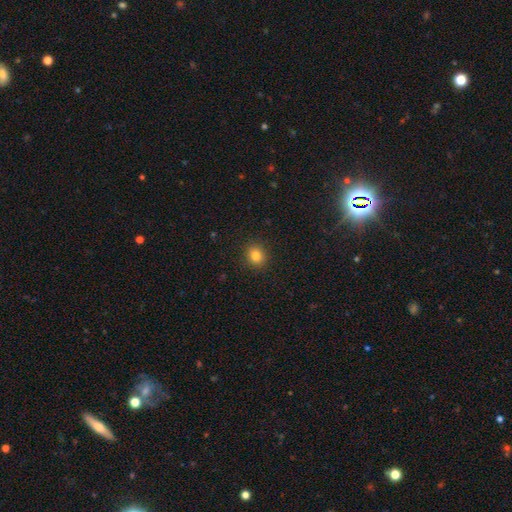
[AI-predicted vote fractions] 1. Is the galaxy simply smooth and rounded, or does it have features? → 83% smooth, 12% star or artifact, 6% featured or disk.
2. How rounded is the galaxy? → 80% round, 19% in between, 1% cigar-shaped.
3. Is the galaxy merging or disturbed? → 91% none, 6% minor disturbance, 2% major disturbance, 1% merger.